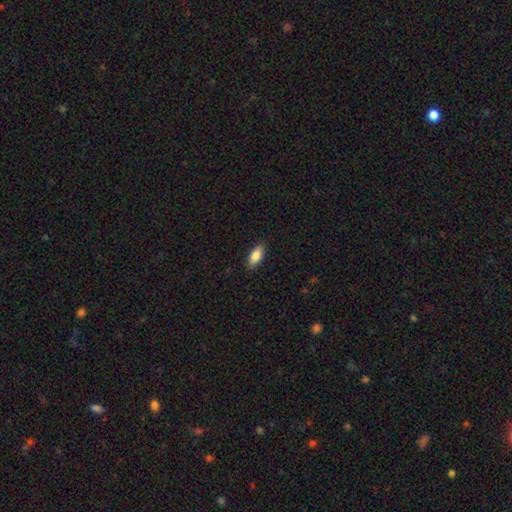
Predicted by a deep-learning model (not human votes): smooth 85%, featured or disk 9%, star or artifact 7%. Down the decision tree: how rounded — in between (86%); merging — none (86%).